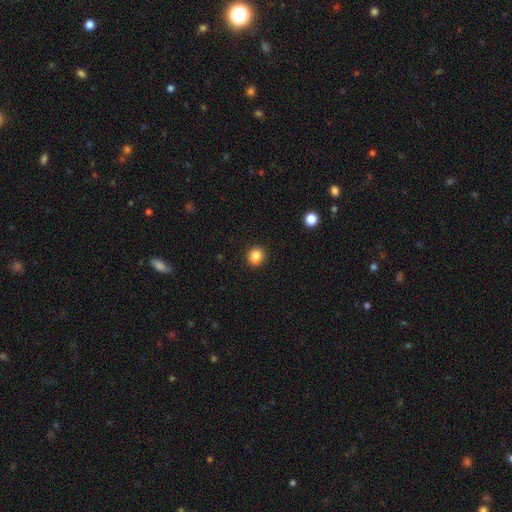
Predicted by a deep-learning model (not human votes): A smooth galaxy with no disk features (85%) that is round (87%).

Vote fractions:
- Smooth or featured? smooth: 85% / star or artifact: 10% / featured or disk: 4%
- How rounded? round: 87% / in between: 12% / cigar-shaped: 1%
- Merging? none: 90% / minor disturbance: 7% / major disturbance: 2% / merger: 1%